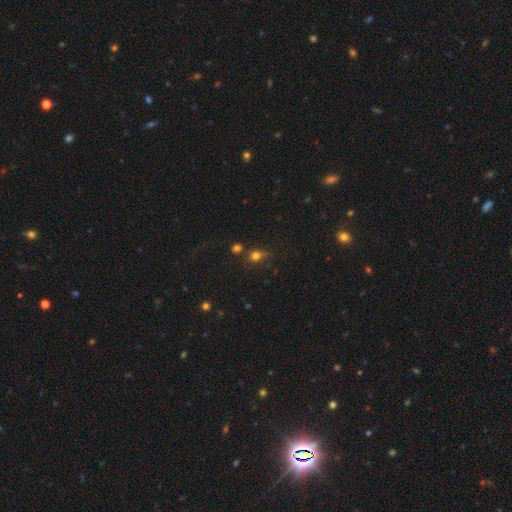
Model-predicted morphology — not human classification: The model was most divided on "merging": none: 57%, minor disturbance: 20%, merger: 13%, major disturbance: 10%. More confident: how rounded — round (79%); smooth or featured — smooth (72%).